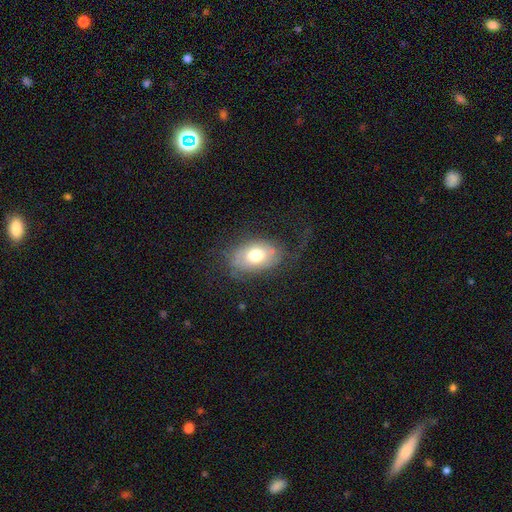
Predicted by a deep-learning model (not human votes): This appears to be a smooth galaxy with no disk features (61%) that is in between round and cigar-shaped (84%). Merging: none (59%).